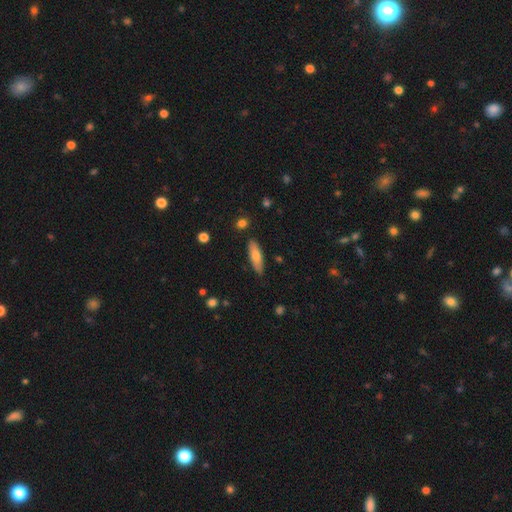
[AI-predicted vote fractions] A smooth galaxy with no disk features (72%) that is in between round and cigar-shaped (52%). Merging: none (85%).